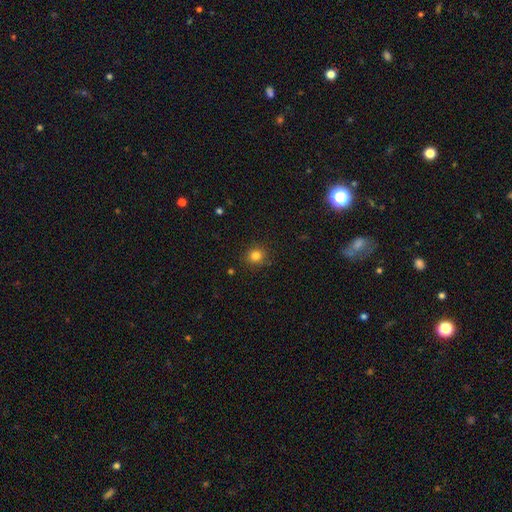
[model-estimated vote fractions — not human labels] This is clearly a smooth galaxy (82%). How rounded: clearly round (86%). Merging: clearly none (89%).